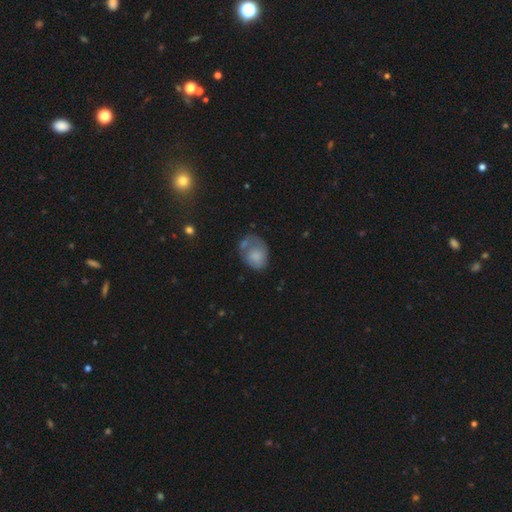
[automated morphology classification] smooth-or-featured: smooth: 65% | featured or disk: 27% | star or artifact: 9%
  how-rounded: in between: 68% | round: 31% | cigar-shaped: 1%
  merging: none: 32% | minor disturbance: 28% | major disturbance: 23% | merger: 17%